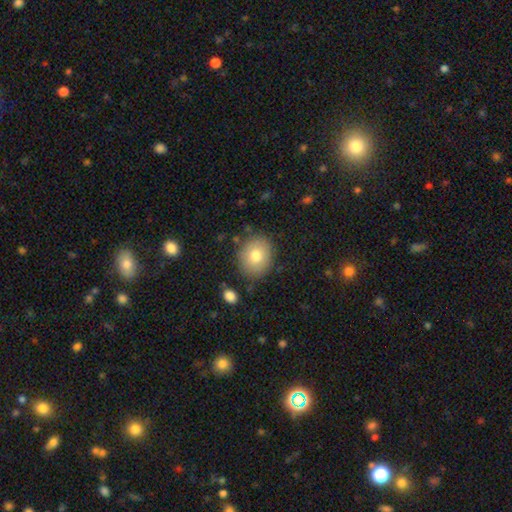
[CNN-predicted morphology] Overall: smooth (77%). How rounded: round (69%; in between 30%). Merging: none (82%).